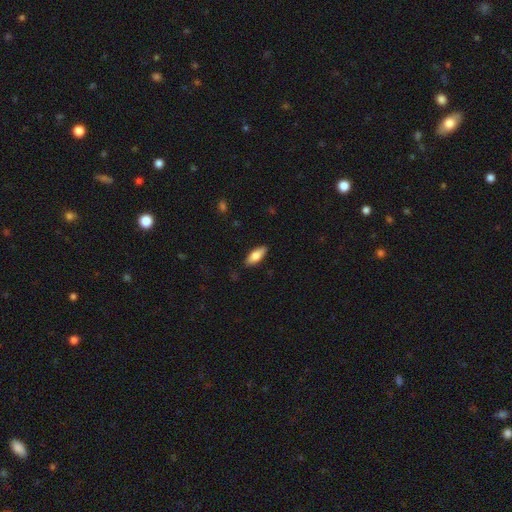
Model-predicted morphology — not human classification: This is likely a smooth galaxy (75%). How rounded: likely in between (73%). Merging: clearly none (87%).